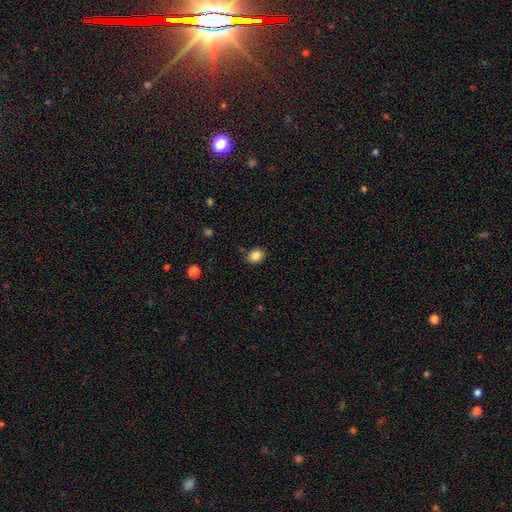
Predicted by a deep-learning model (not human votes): smooth 85%, star or artifact 10%, featured or disk 5%. Down the decision tree: how rounded — round (59%); merging — none (81%).